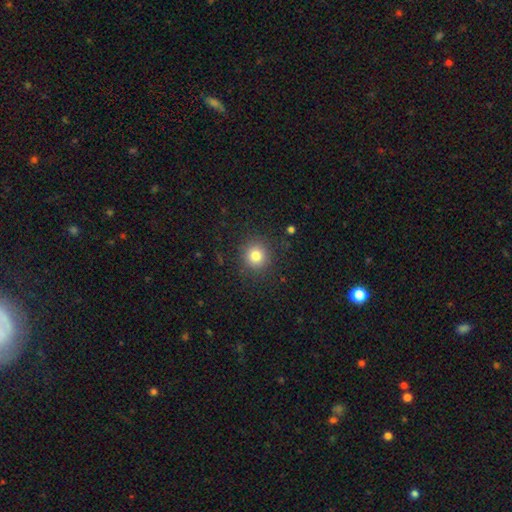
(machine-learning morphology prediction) A smooth galaxy with no disk features (81%) that is round (92%).

Vote fractions:
- Smooth or featured? smooth: 81% / star or artifact: 12% / featured or disk: 7%
- How rounded? round: 92% / in between: 7% / cigar-shaped: 1%
- Merging? none: 88% / minor disturbance: 7% / major disturbance: 3% / merger: 1%